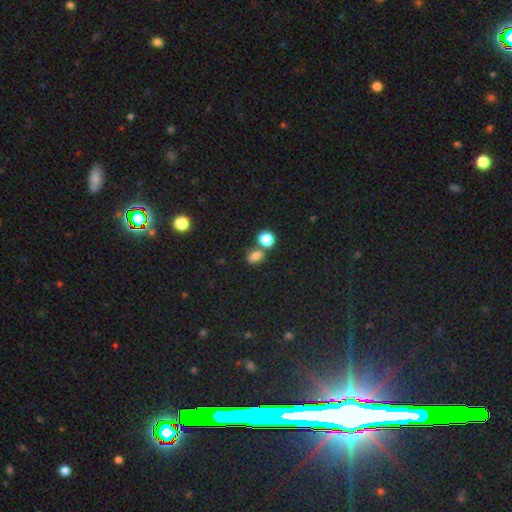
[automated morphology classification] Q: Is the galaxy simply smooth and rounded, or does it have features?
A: smooth — 77%.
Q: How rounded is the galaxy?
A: in between — 59%.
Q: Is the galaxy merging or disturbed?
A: none — 58%.